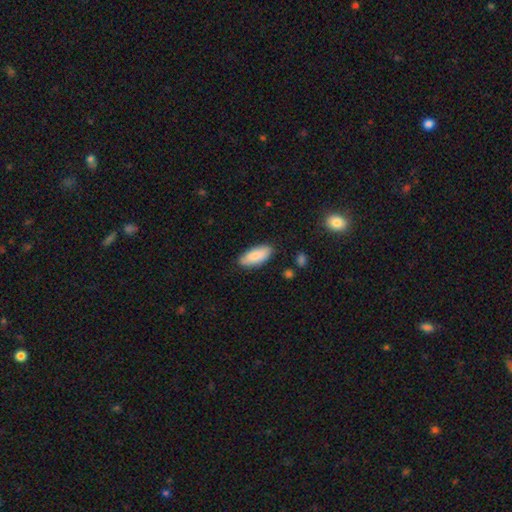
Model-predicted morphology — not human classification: Smooth or featured? Predicted: smooth (p=0.84). How rounded? Predicted: in between (p=0.84). Merging? Predicted: none (p=0.85).